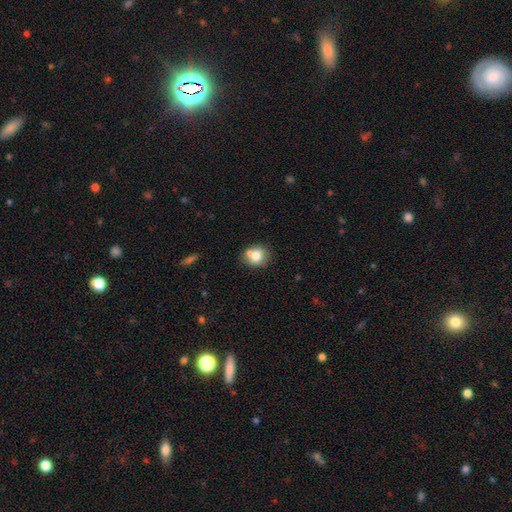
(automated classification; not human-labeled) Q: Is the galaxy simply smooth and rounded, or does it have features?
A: smooth — 73%.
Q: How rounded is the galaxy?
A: round — 69%.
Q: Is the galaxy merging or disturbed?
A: none — 58%.